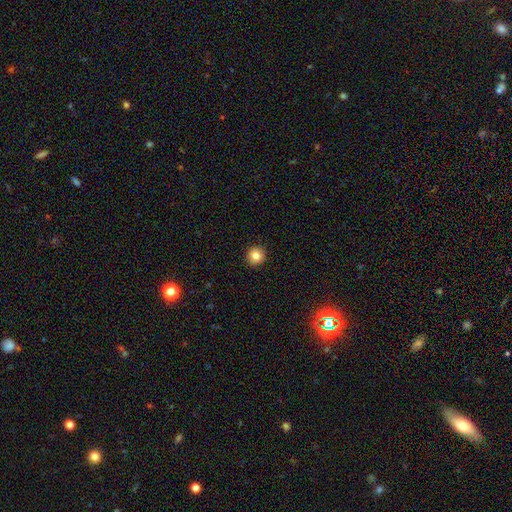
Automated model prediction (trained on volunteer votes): A smooth galaxy with no disk features (83%) that is round (94%). Merging: none (93%).